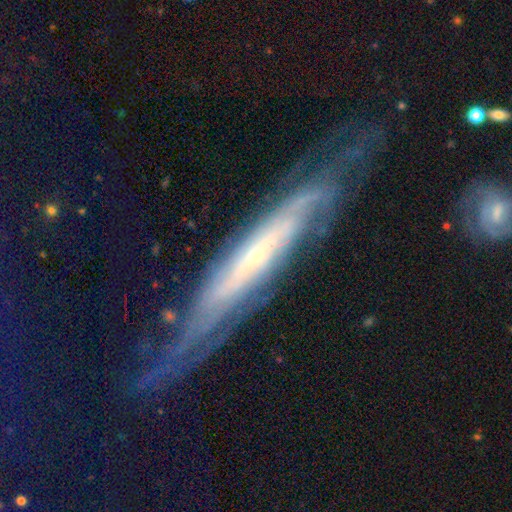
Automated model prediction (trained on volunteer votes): Smooth or featured?
  - featured or disk: 83% *
  - smooth: 10%
  - star or artifact: 7%
Edge-on disk?
  - no: 57% *
  - yes: 43%
Merging?
  - none: 67% *
  - minor disturbance: 19%
  - major disturbance: 12%
  - merger: 2%